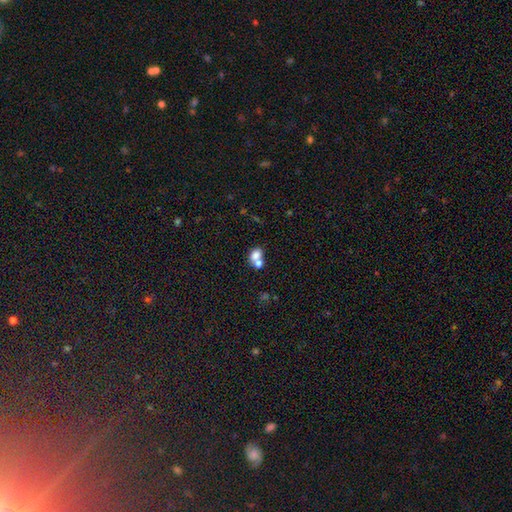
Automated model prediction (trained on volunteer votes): This appears to be a smooth galaxy with no disk features (75%) that is in between round and cigar-shaped (59%). Merging: merger (57%).